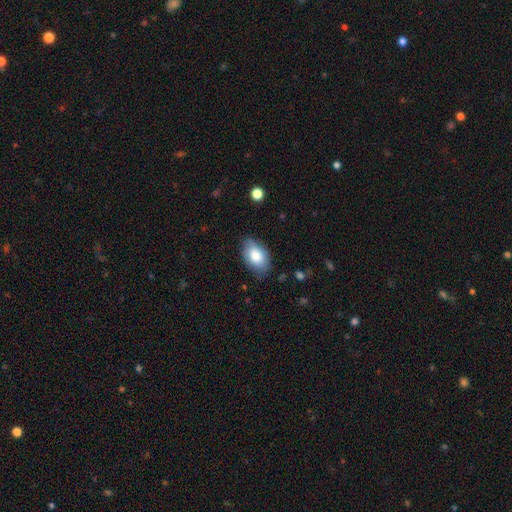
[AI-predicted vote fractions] Smooth or featured?
  - smooth: 79% *
  - featured or disk: 15%
  - star or artifact: 7%
How rounded?
  - in between: 91% *
  - round: 8%
  - cigar-shaped: 1%
Merging?
  - none: 74% *
  - minor disturbance: 21%
  - major disturbance: 4%
  - merger: 1%